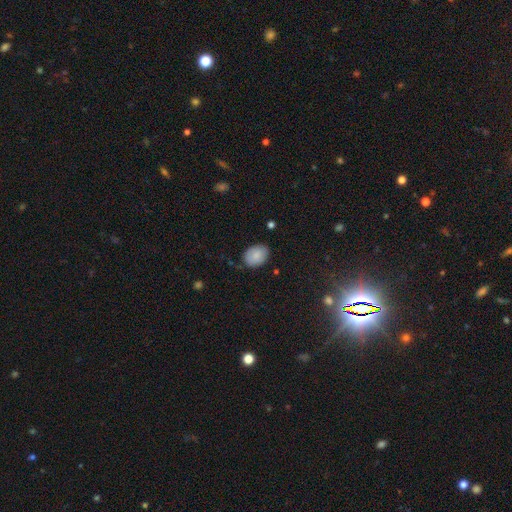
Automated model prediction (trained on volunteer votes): Smooth or featured?
  - smooth: 85% *
  - star or artifact: 8%
  - featured or disk: 7%
How rounded?
  - in between: 71% *
  - round: 28%
  - cigar-shaped: 1%
Merging?
  - none: 79% *
  - minor disturbance: 16%
  - major disturbance: 3%
  - merger: 1%